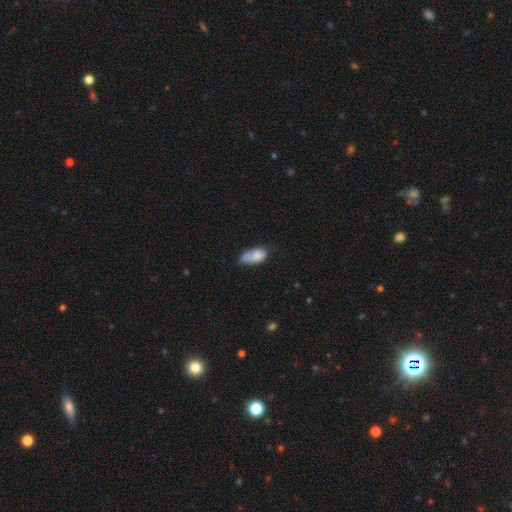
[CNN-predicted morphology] smooth-or-featured: smooth: 76% | featured or disk: 15% | star or artifact: 8%
  how-rounded: in between: 89% | cigar-shaped: 6% | round: 4%
  merging: none: 39% | minor disturbance: 33% | major disturbance: 14% | merger: 14%